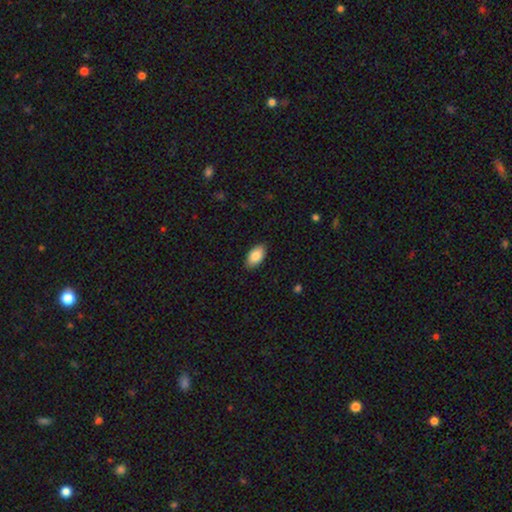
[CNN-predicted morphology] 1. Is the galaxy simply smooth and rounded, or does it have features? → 85% smooth, 8% featured or disk, 7% star or artifact.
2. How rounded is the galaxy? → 94% in between, 4% round, 2% cigar-shaped.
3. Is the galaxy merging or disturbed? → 88% none, 9% minor disturbance, 2% major disturbance, 1% merger.